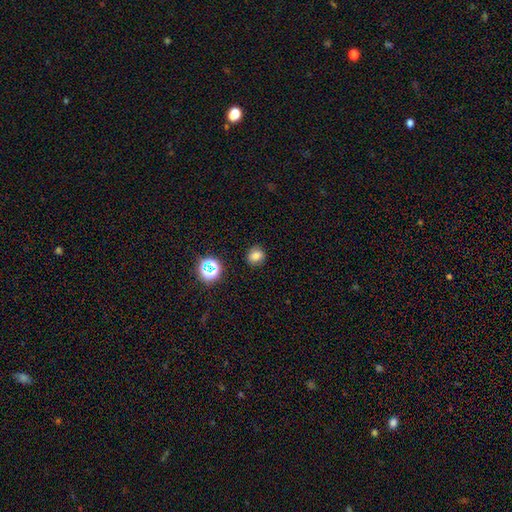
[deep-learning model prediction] Smooth or featured? Predicted: smooth (p=0.77). How rounded? Predicted: round (p=0.72). Merging? Predicted: none (p=0.87).